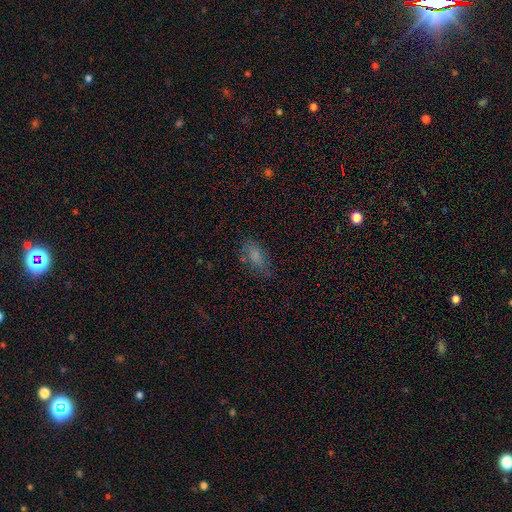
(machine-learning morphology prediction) Smooth or featured? Predicted: smooth (p=0.71). How rounded? Predicted: in between (p=0.86). Merging? Predicted: none (p=0.61).